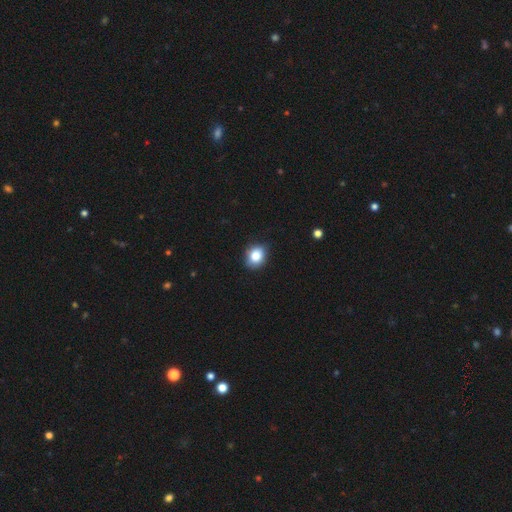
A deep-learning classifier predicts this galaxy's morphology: A smooth galaxy with no disk features (85%) that is round (54%). Merging: none (80%).